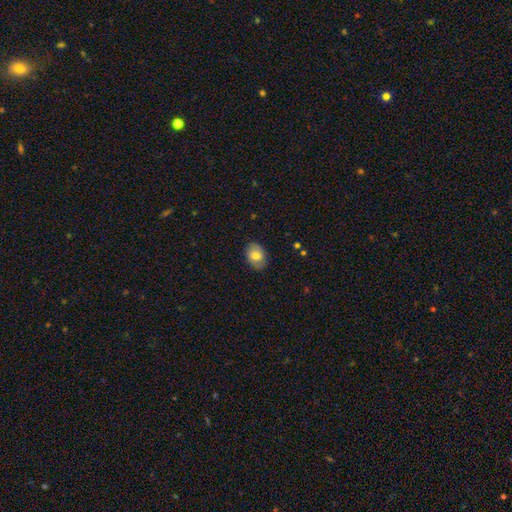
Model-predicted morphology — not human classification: The model was most divided on "how rounded": in between: 78%, round: 21%, cigar-shaped: 1%. More confident: merging — none (85%); smooth or featured — smooth (75%).